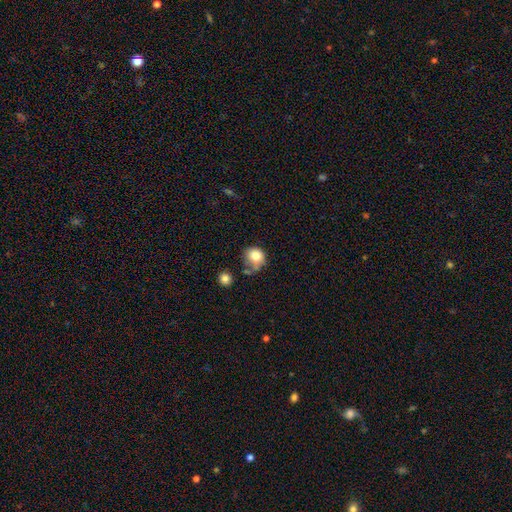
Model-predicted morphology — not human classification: This appears to be a smooth galaxy with no disk features (79%) that is round (74%). Merging: none (38%).